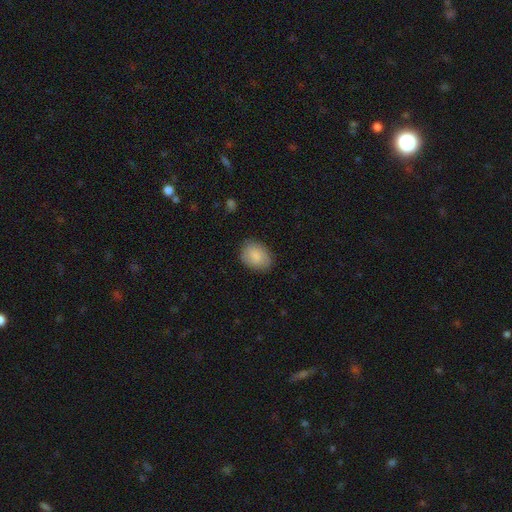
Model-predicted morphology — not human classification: smooth_or_featured: smooth (p=0.84) [alt: featured or disk p=0.10]
how_rounded: in between (p=0.69) [alt: round p=0.30]
merging: none (p=0.80) [alt: minor disturbance p=0.16]